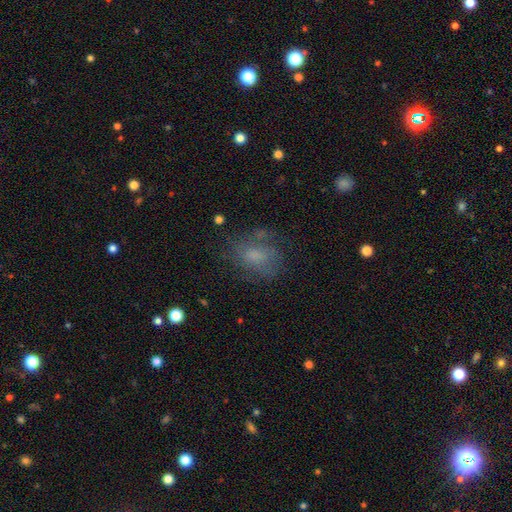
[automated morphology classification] Smooth or featured? Predicted: smooth (p=0.56). How rounded? Predicted: in between (p=0.63). Merging? Predicted: none (p=0.58).